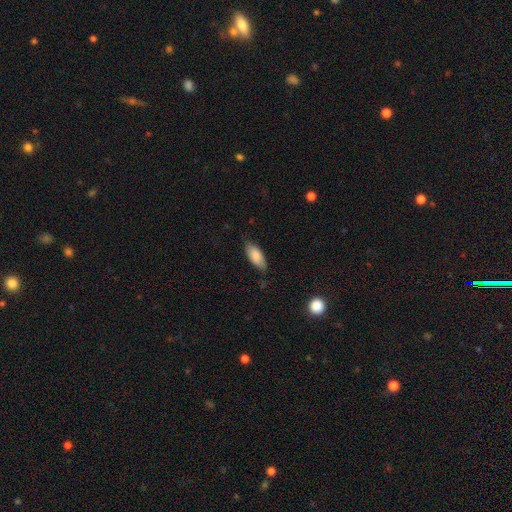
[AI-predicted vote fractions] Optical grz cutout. It shows a smooth galaxy with no disk features (83%) that is in between round and cigar-shaped (84%). Merging: none (77%).